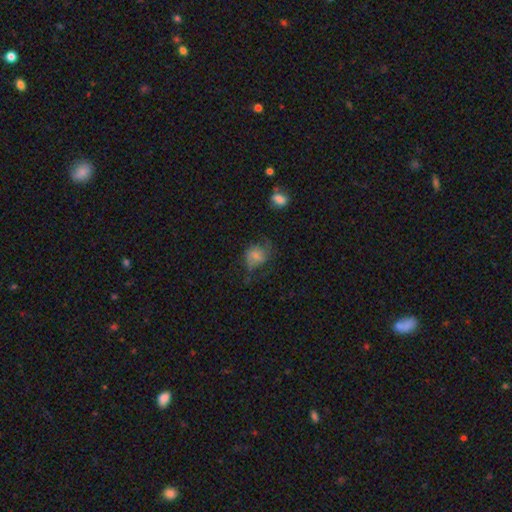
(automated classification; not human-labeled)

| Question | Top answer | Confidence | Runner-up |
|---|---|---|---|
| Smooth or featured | smooth | 50% | featured or disk (35%) |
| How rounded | round | 57% | in between (42%) |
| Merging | none | 47% | minor disturbance (27%) |